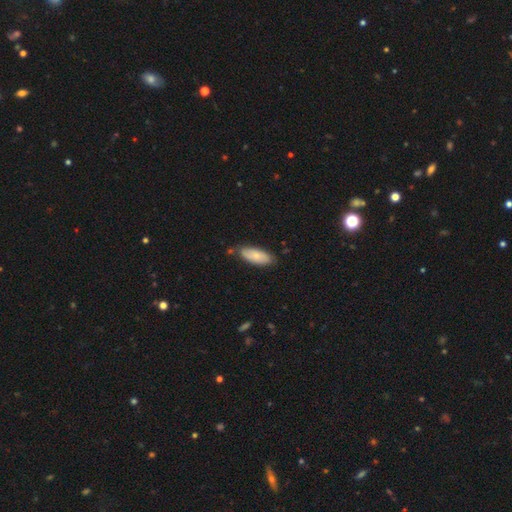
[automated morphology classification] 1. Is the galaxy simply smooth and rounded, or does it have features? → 72% smooth, 22% featured or disk, 6% star or artifact.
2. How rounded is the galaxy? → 80% in between, 18% cigar-shaped, 2% round.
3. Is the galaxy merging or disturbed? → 74% none, 20% minor disturbance, 3% merger, 3% major disturbance.